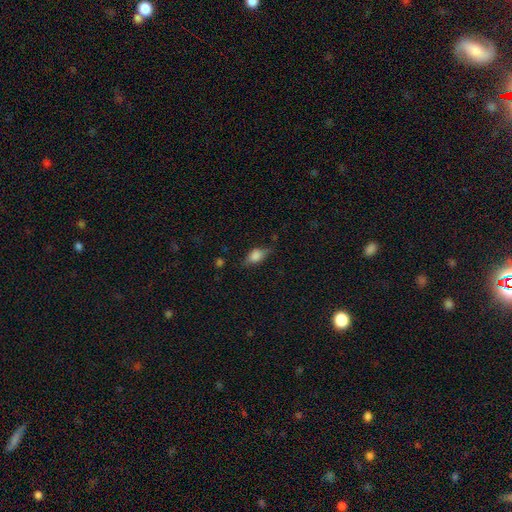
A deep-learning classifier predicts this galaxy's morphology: The model was most divided on "merging": none: 67%, minor disturbance: 24%, major disturbance: 7%, merger: 2%. More confident: how rounded — in between (81%); smooth or featured — smooth (70%).